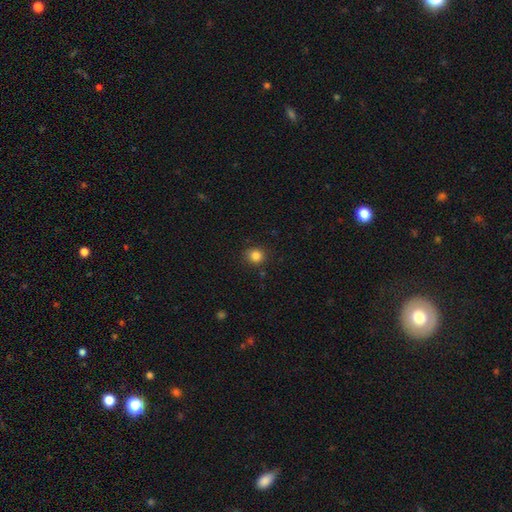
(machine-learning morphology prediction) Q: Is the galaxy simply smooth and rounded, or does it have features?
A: smooth — 84%.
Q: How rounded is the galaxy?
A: round — 86%.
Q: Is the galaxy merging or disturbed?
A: none — 86%.